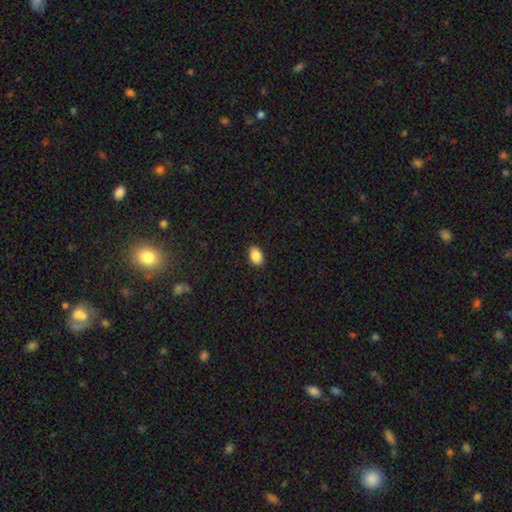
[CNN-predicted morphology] A smooth galaxy with no disk features (88%) that is in between round and cigar-shaped (86%).

Vote fractions:
- Smooth or featured? smooth: 88% / star or artifact: 8% / featured or disk: 4%
- How rounded? in between: 86% / round: 13% / cigar-shaped: 1%
- Merging? none: 89% / minor disturbance: 8% / major disturbance: 2% / merger: 1%